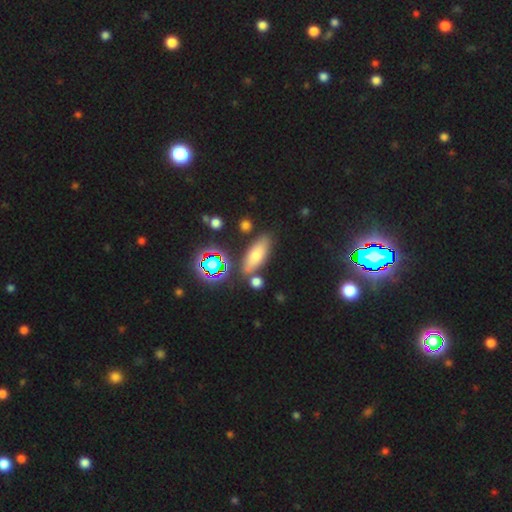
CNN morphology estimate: type=smooth (60%); roundness=in between (64%); merging=none (78%).